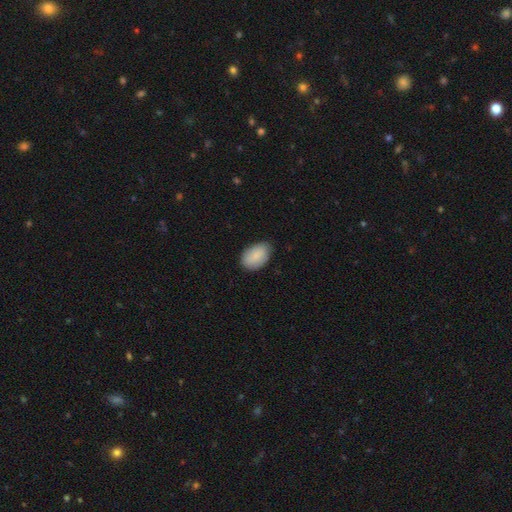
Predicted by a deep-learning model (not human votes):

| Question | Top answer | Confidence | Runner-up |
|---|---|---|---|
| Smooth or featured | smooth | 87% | featured or disk (7%) |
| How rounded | in between | 90% | round (9%) |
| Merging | none | 79% | minor disturbance (17%) |